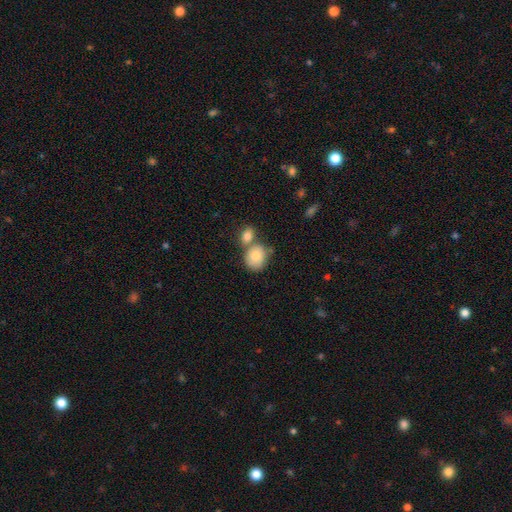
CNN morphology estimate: Smooth or featured? Predicted: smooth (p=0.82). How rounded? Predicted: round (p=0.55). Merging? Predicted: merger (p=0.43).